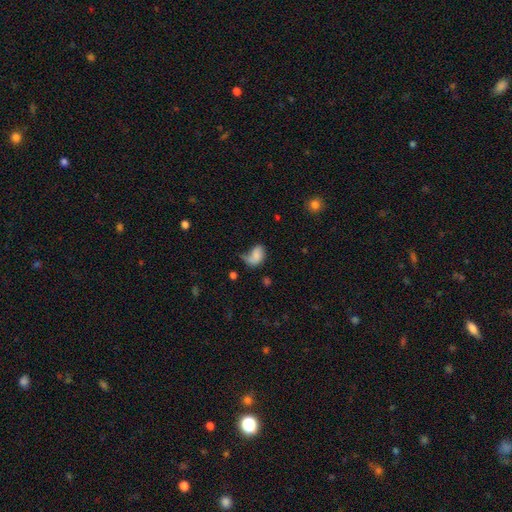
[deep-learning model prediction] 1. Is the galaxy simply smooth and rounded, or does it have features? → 70% smooth, 20% featured or disk, 10% star or artifact.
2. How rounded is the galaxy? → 85% in between, 13% round, 2% cigar-shaped.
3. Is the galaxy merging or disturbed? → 36% major disturbance, 29% minor disturbance, 28% none, 8% merger.